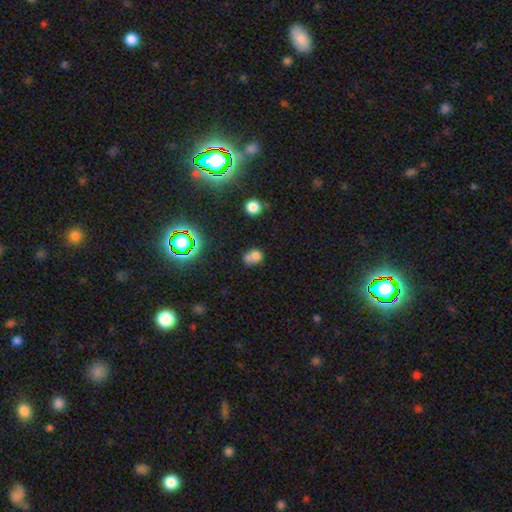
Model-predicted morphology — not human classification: The model was most divided on "merging": merger: 49%, none: 33%, minor disturbance: 12%, major disturbance: 6%. More confident: smooth or featured — smooth (68%); how rounded — round (61%).